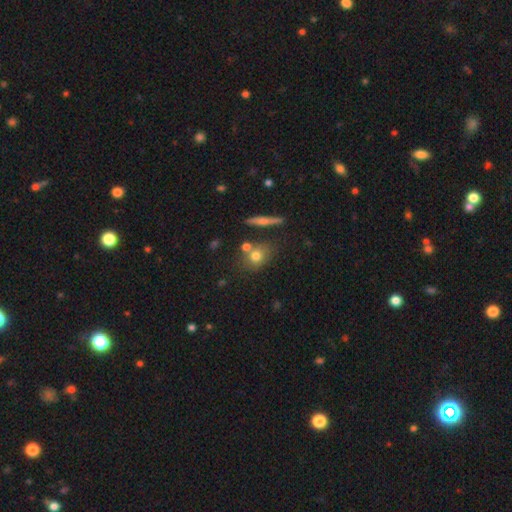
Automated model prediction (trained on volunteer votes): The model was most divided on "how rounded": round: 58%, in between: 37%, cigar-shaped: 4%. More confident: smooth or featured — smooth (69%); merging — none (61%).